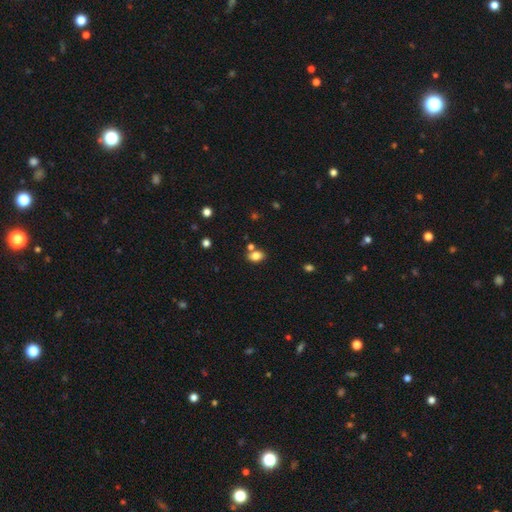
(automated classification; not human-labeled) Overall: smooth (81%). How rounded: in between (80%). Merging: none (64%).